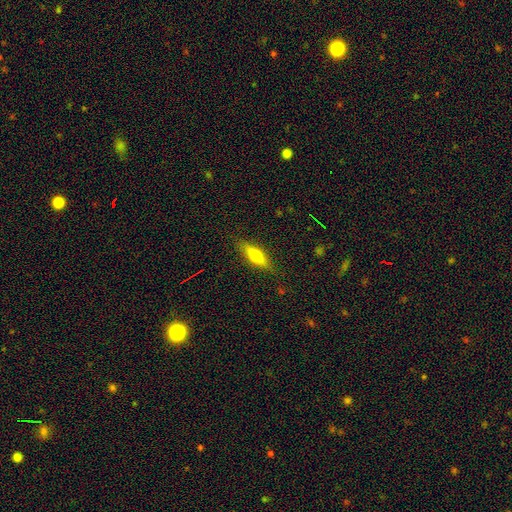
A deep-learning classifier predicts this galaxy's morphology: A smooth galaxy with no disk features (55%) that is cigar-shaped (56%).

Vote fractions:
- Smooth or featured? smooth: 55% / featured or disk: 37% / star or artifact: 8%
- How rounded? cigar-shaped: 56% / in between: 40% / round: 3%
- Merging? none: 86% / minor disturbance: 10% / major disturbance: 2% / merger: 1%